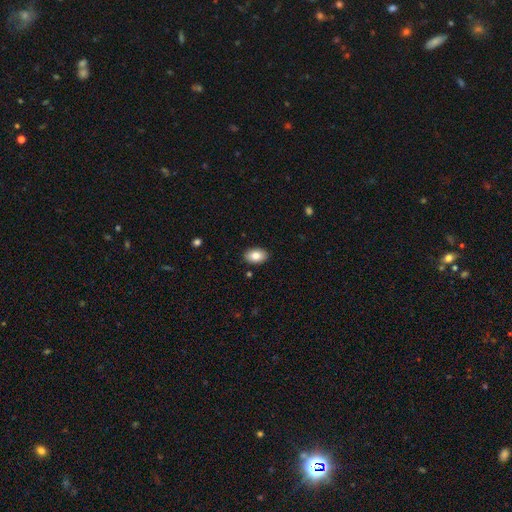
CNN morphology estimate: A smooth galaxy with no disk features (84%) that is in between round and cigar-shaped (89%).

Vote fractions:
- Smooth or featured? smooth: 84% / featured or disk: 8% / star or artifact: 7%
- How rounded? in between: 89% / round: 10% / cigar-shaped: 1%
- Merging? none: 89% / minor disturbance: 8% / major disturbance: 2% / merger: 1%